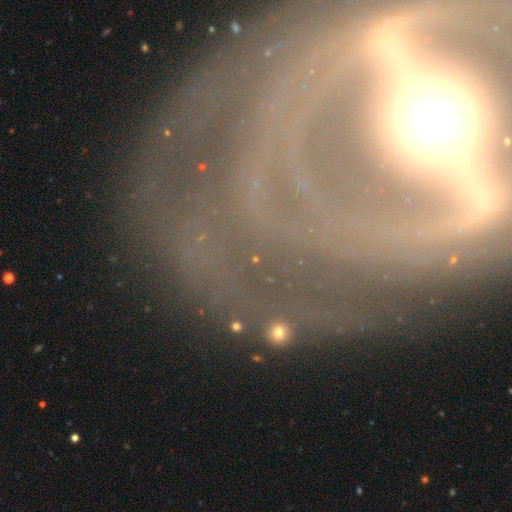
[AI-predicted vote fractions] A featured or disk galaxy (83%) with a strong bar (59%), 2 (39%) tight (58%) spiral arms (77%) and a moderate central bulge (58%). Merging: none (65%).